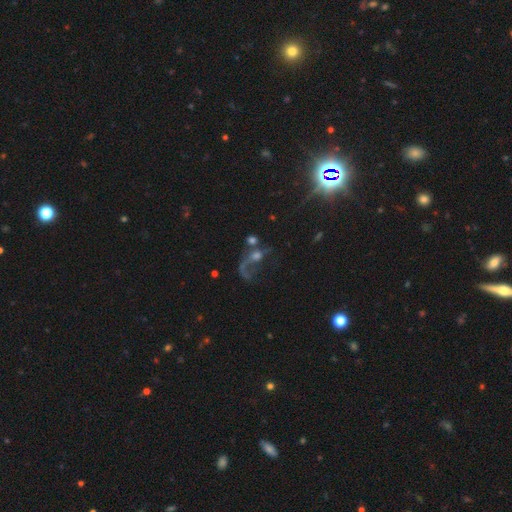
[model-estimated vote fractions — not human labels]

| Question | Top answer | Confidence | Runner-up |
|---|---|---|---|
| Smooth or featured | featured or disk | 43% | star or artifact (38%) |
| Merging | none | 35% | major disturbance (27%) |